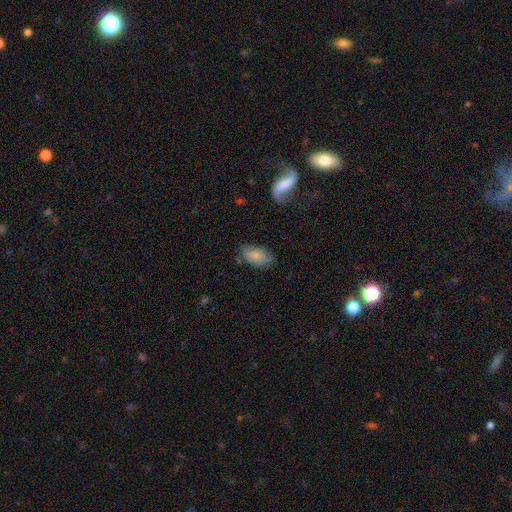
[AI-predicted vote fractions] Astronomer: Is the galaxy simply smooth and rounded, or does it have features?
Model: smooth — 81%.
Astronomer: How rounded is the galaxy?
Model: in between — 93%.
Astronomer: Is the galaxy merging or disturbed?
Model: none — 75%.